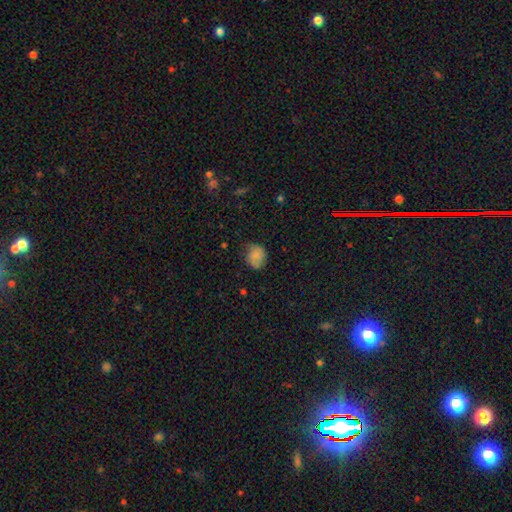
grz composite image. It shows a smooth galaxy with no disk features (74%) that is in between round and cigar-shaped (55%). Merging: none (54%).